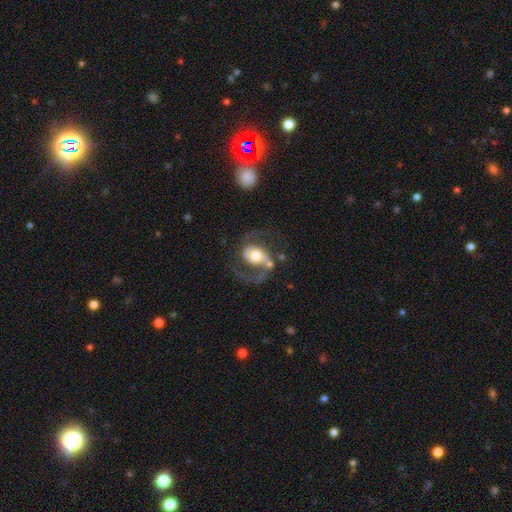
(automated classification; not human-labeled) featured or disk 80%, smooth 14%, star or artifact 6%. Down the decision tree: edge-on disk — no (97%); bar — no (53%); spiral arms — yes (91%); spiral arm count — 2 (78%); spiral winding — medium (48%); bulge size — moderate (61%); merging — none (54%).